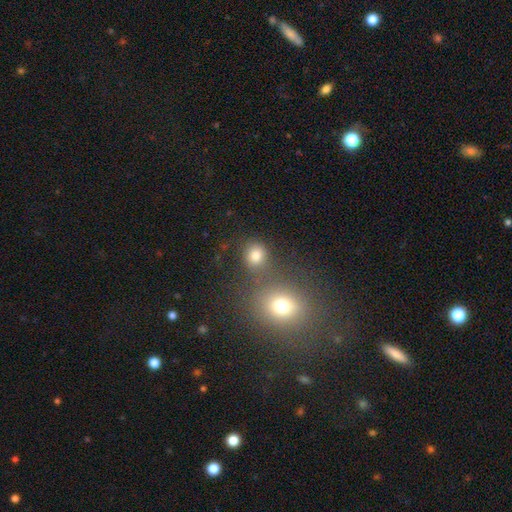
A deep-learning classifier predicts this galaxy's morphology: This appears to be a smooth galaxy with no disk features (78%) that is round (75%). Merging: none (65%).